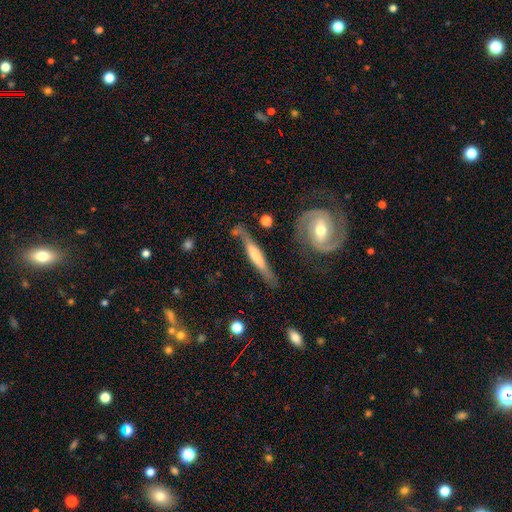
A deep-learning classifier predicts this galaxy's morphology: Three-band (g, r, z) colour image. It shows a featured or disk galaxy (57%) viewed edge-on (76%). Merging: none (60%).